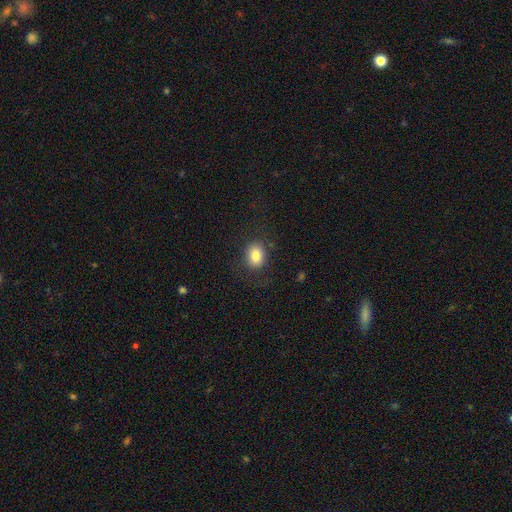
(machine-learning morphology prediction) type=smooth (83%); roundness=in between (55%); merging=none (81%).